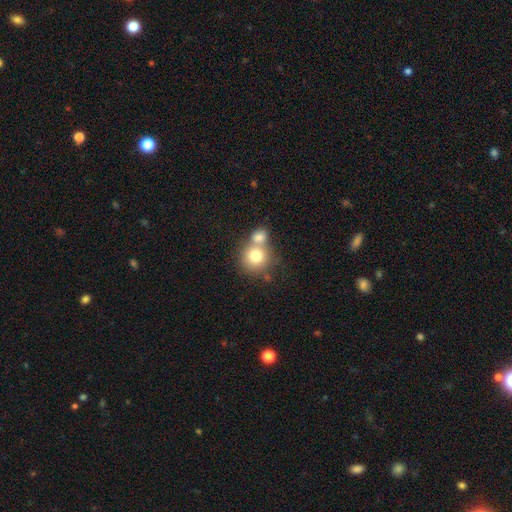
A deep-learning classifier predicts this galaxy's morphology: The model was most divided on "merging": merger: 50%, none: 39%, minor disturbance: 7%, major disturbance: 3%. More confident: how rounded — round (86%); smooth or featured — smooth (75%).